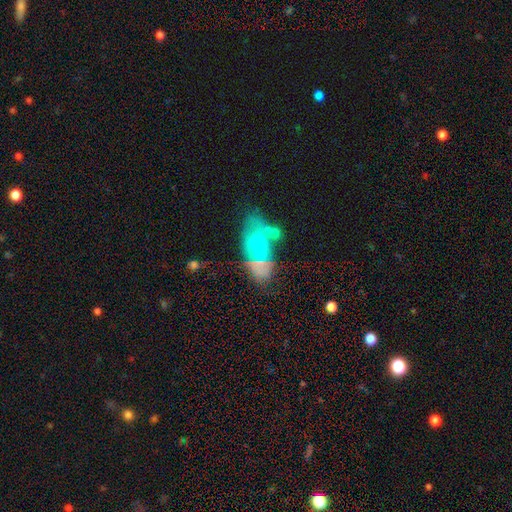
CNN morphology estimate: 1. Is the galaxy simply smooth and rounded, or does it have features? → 46% featured or disk, 37% smooth, 17% star or artifact.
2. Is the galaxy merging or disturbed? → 36% none, 27% merger, 21% minor disturbance, 16% major disturbance.